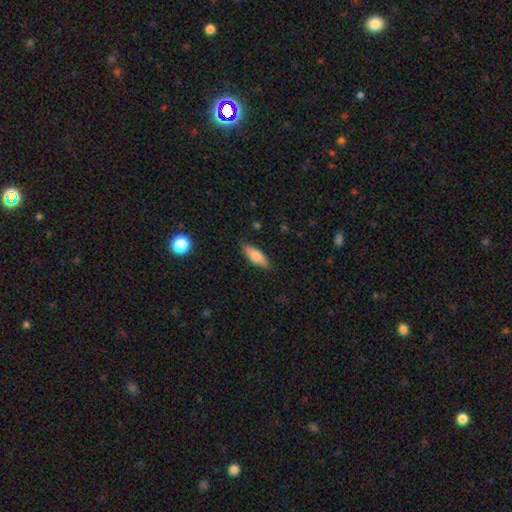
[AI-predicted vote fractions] Smooth or featured: smooth — 79% (featured or disk — 15%)
How rounded: in between — 65% (cigar-shaped — 33%)
Merging: none — 84% (minor disturbance — 13%)